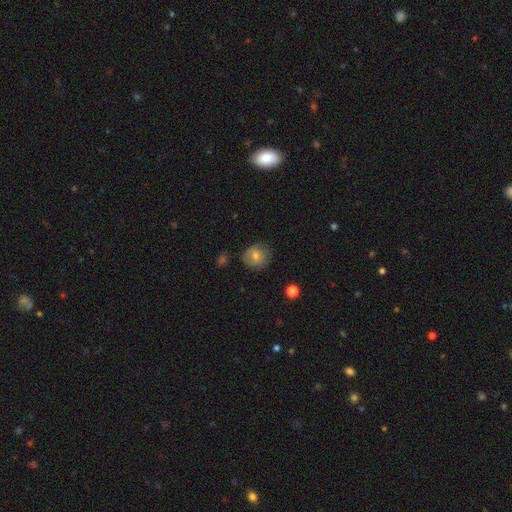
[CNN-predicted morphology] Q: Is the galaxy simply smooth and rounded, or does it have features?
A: smooth — 70%.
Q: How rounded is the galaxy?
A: round — 83%.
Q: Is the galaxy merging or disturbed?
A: none — 77%.